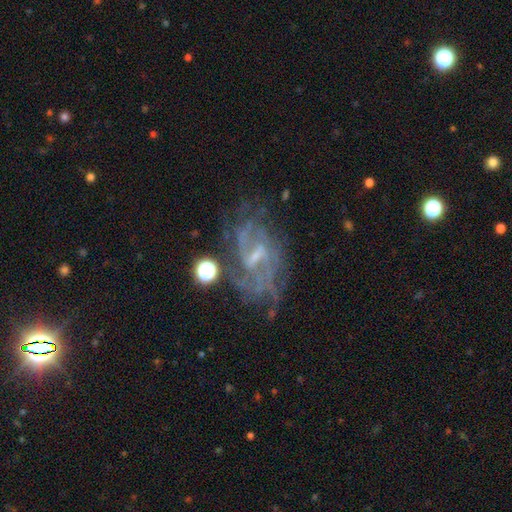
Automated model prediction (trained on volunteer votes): This appears to be a featured or disk galaxy (74%) with a weak bar (51%), tight (42%) spiral arms (80%) and a small central bulge (52%). Merging: none (59%).